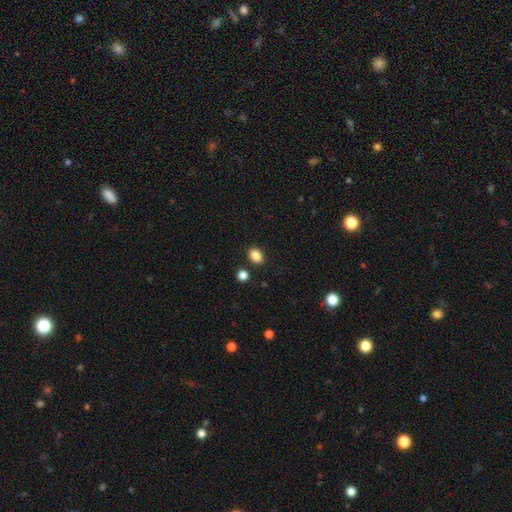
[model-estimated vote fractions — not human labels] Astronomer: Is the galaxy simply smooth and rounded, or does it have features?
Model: smooth — 86%.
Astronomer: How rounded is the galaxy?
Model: in between — 68%.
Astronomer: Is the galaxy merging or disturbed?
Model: none — 86%.